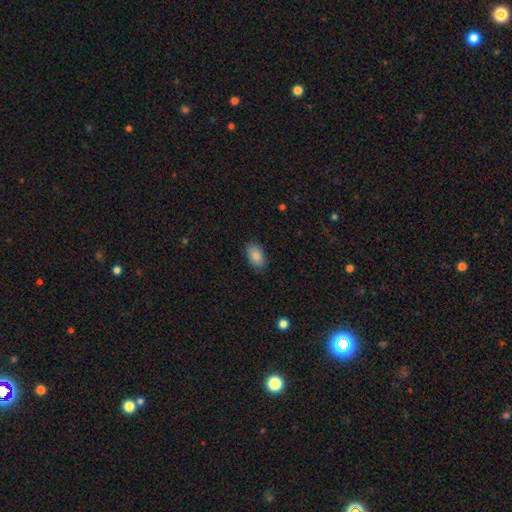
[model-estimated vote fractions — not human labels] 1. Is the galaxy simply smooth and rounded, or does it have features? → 88% smooth, 7% star or artifact, 5% featured or disk.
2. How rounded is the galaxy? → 92% in between, 6% round, 2% cigar-shaped.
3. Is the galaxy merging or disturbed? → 85% none, 11% minor disturbance, 3% major disturbance, 1% merger.